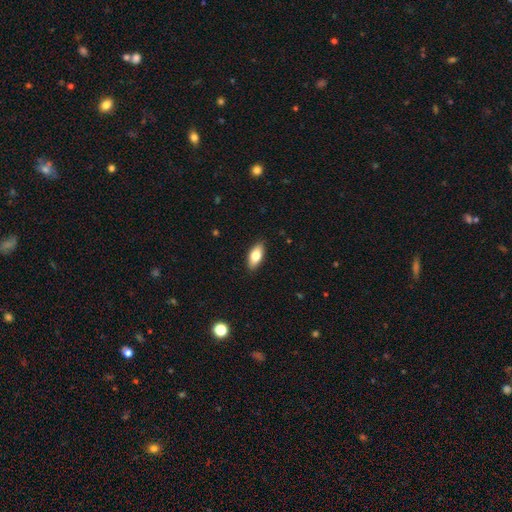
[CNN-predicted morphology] A smooth galaxy with no disk features (77%) that is in between round and cigar-shaped (87%).

Vote fractions:
- Smooth or featured? smooth: 77% / featured or disk: 16% / star or artifact: 7%
- How rounded? in between: 87% / cigar-shaped: 10% / round: 3%
- Merging? none: 89% / minor disturbance: 8% / major disturbance: 2% / merger: 1%